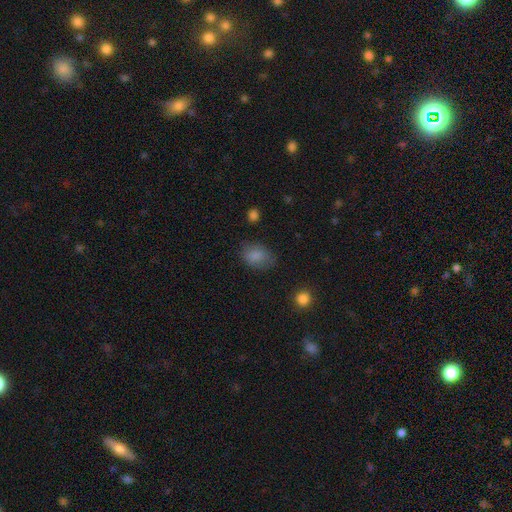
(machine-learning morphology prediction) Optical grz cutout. It shows a smooth galaxy with no disk features (83%) that is in between round and cigar-shaped (76%). Merging: none (72%).